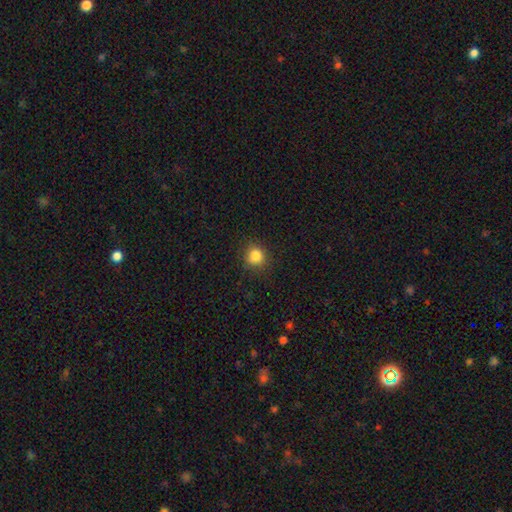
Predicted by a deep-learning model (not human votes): Q: Smooth or featured?
A: smooth (84%); runner-up: star or artifact (12%)
Q: How rounded?
A: round (87%); runner-up: in between (12%)
Q: Merging?
A: none (87%); runner-up: minor disturbance (9%)